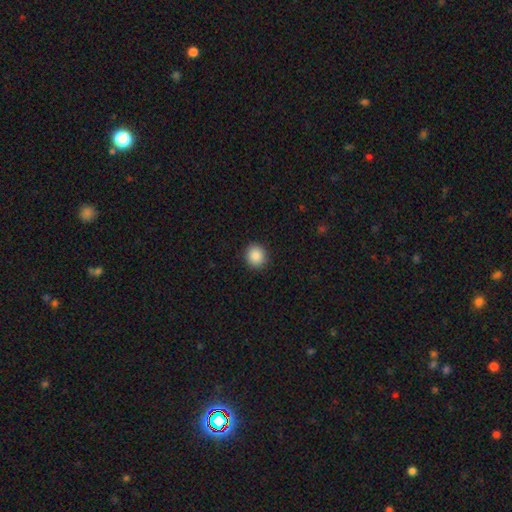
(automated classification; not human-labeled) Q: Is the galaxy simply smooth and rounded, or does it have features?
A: smooth — 88%.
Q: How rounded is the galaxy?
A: round — 85%.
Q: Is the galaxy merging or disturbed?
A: none — 91%.